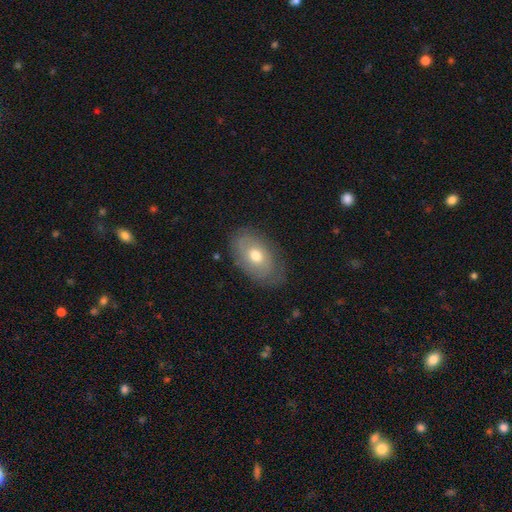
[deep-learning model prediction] A smooth galaxy with no disk features (53%) that is in between round and cigar-shaped (88%). Merging: none (74%).